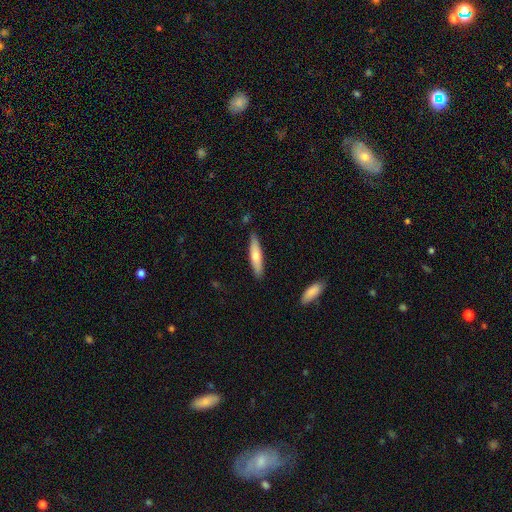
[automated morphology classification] This appears to be a smooth galaxy with no disk features (63%) that is cigar-shaped (82%). Merging: none (86%).